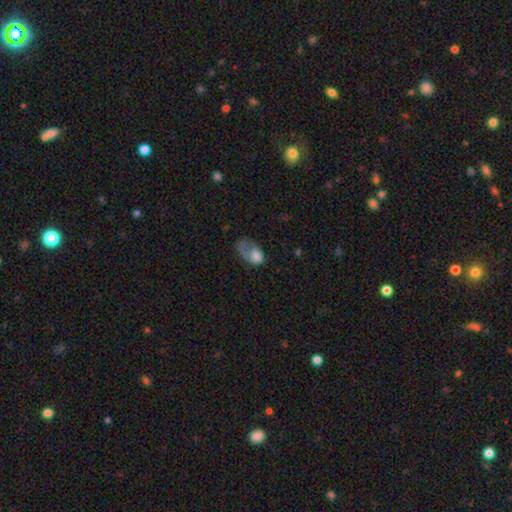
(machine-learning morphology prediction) smooth-or-featured: smooth: 59% | featured or disk: 32% | star or artifact: 9%
  how-rounded: in between: 86% | round: 12% | cigar-shaped: 2%
  merging: major disturbance: 56% | minor disturbance: 20% | none: 20% | merger: 4%